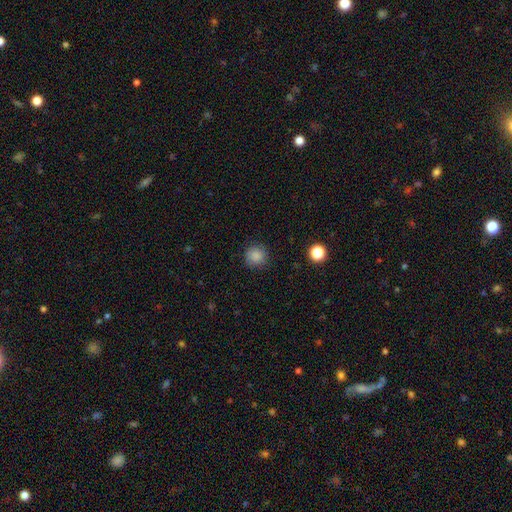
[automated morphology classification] Smooth or featured?
  - smooth: 85% *
  - star or artifact: 10%
  - featured or disk: 4%
How rounded?
  - round: 94% *
  - in between: 6%
  - cigar-shaped: 1%
Merging?
  - none: 87% *
  - minor disturbance: 9%
  - major disturbance: 3%
  - merger: 1%